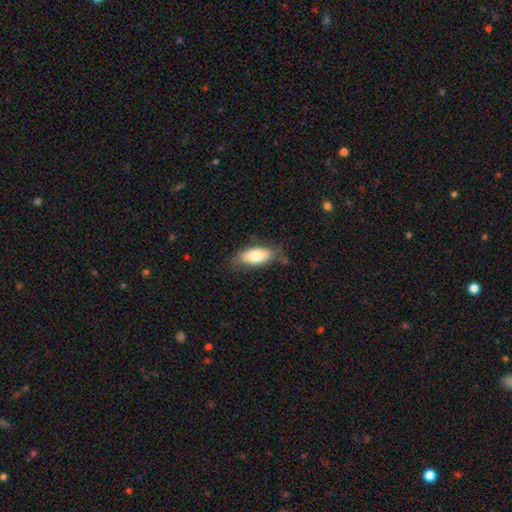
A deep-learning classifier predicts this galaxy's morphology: Smooth or featured: smooth — 75% (featured or disk — 19%)
How rounded: in between — 85% (cigar-shaped — 13%)
Merging: none — 71% (minor disturbance — 21%)